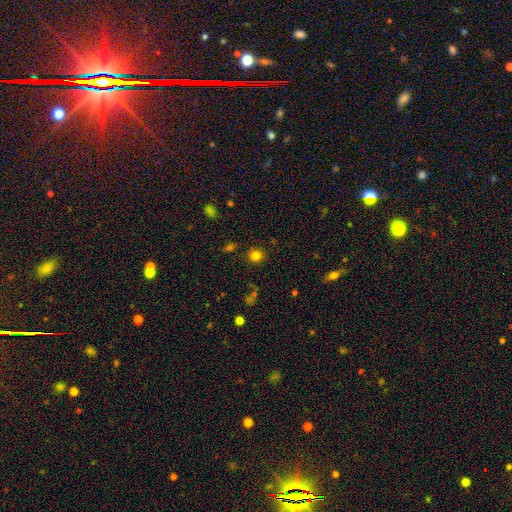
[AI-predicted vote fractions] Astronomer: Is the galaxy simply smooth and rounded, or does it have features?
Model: smooth — 80%.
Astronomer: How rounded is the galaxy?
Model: round — 89%.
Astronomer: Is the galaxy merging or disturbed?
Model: none — 88%.